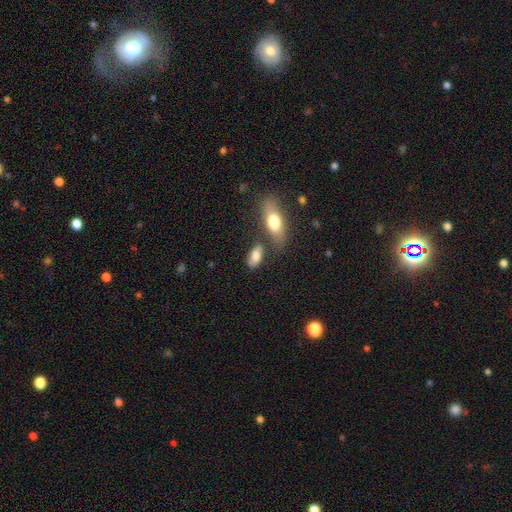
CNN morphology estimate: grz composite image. It shows a smooth galaxy with no disk features (78%) that is in between round and cigar-shaped (85%). Merging: none (62%).